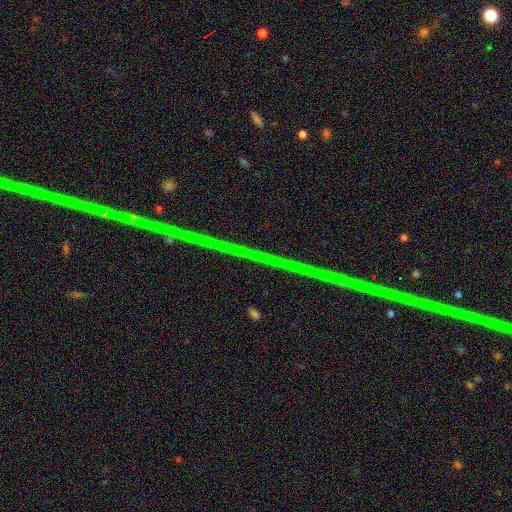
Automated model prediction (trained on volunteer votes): A star or artifact, not a galaxy (79%).